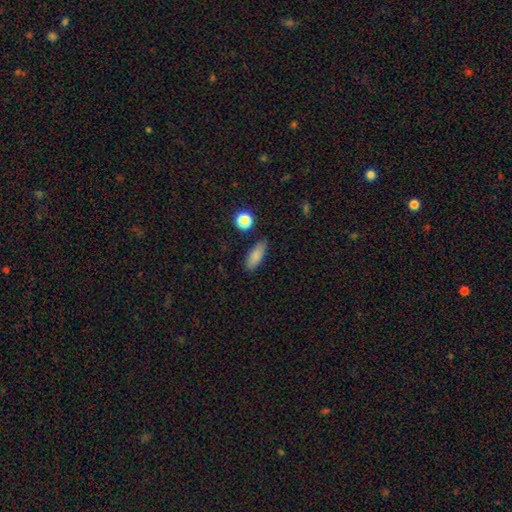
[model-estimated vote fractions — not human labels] A smooth galaxy with no disk features (84%) that is in between round and cigar-shaped (71%). Merging: none (82%).